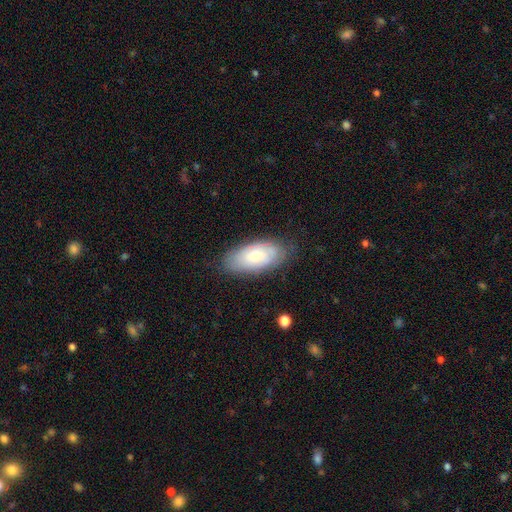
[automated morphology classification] smooth_or_featured: smooth (p=0.56) [alt: featured or disk p=0.37]
how_rounded: in between (p=0.90) [alt: cigar-shaped p=0.07]
merging: none (p=0.78) [alt: minor disturbance p=0.17]